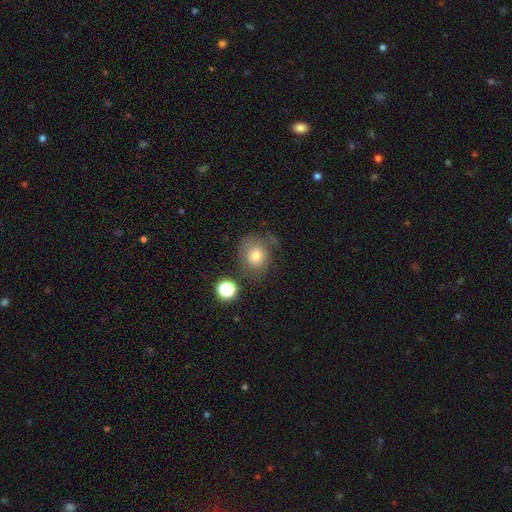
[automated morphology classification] smooth_or_featured: smooth (p=0.72) [alt: featured or disk p=0.16]
how_rounded: round (p=0.74) [alt: in between p=0.25]
merging: none (p=0.59) [alt: minor disturbance p=0.22]